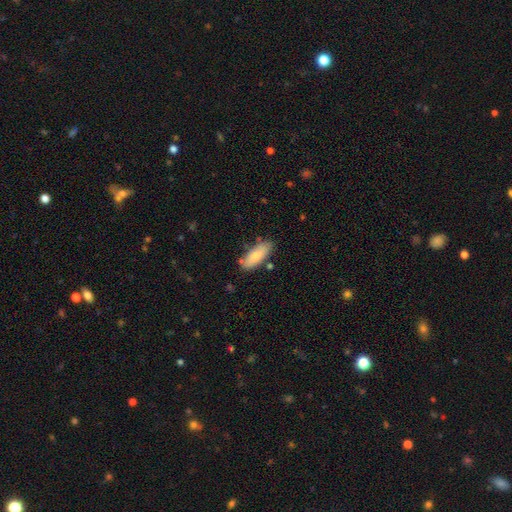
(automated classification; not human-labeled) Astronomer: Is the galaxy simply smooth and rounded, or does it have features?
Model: smooth — 79%.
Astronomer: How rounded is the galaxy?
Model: in between — 78%.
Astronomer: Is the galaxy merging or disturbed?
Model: none — 77%.